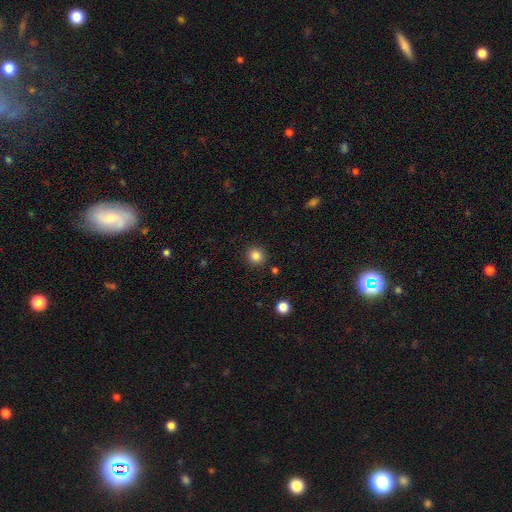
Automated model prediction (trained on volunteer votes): Overall: smooth (84%). How rounded: round (92%). Merging: none (91%).